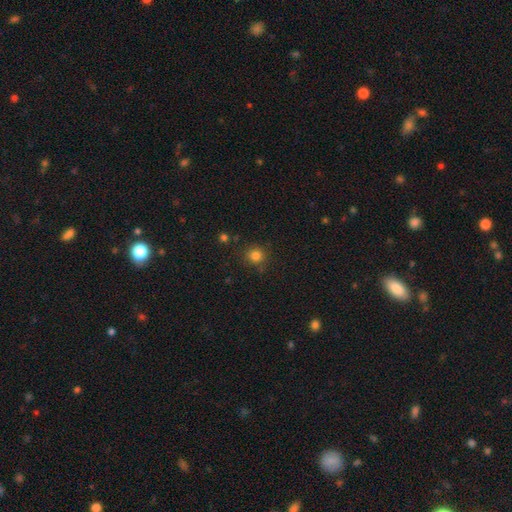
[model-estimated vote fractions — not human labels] The model was most divided on "smooth or featured": smooth: 81%, star or artifact: 14%, featured or disk: 5%. More confident: how rounded — round (91%); merging — none (83%).